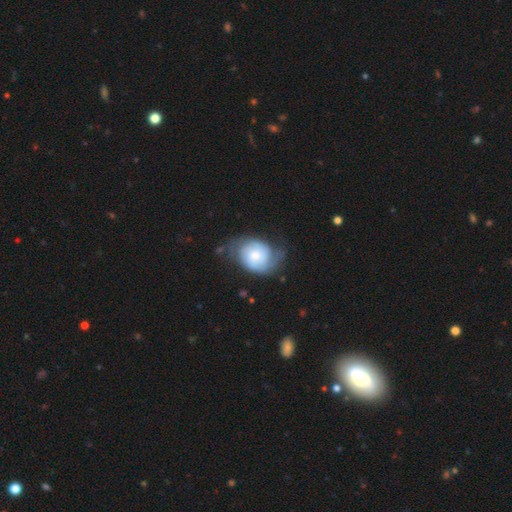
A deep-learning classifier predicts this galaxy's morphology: A featured or disk galaxy (60%) with no bar (73%), spiral arms (86%) and a small central bulge (48%).

Vote fractions:
- Smooth or featured? featured or disk: 60% / smooth: 34% / star or artifact: 6%
- Edge-on disk? no: 97% / yes: 3%
- Bar? no: 73% / weak: 23% / strong: 4%
- Spiral arms? yes: 86% / no: 14%
- Bulge size? small: 48% / moderate: 37% / large: 9% / none: 4% / dominant: 2%
- Merging? none: 48% / minor disturbance: 30% / major disturbance: 19% / merger: 2%